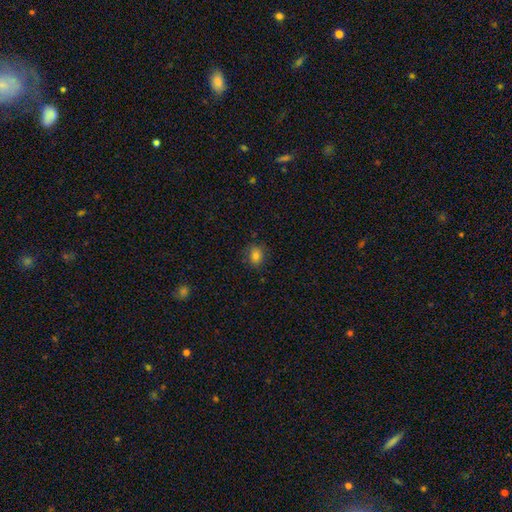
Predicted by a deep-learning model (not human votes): smooth_or_featured: smooth (p=0.79) [alt: star or artifact p=0.12]
how_rounded: round (p=0.60) [alt: in between p=0.39]
merging: none (p=0.83) [alt: minor disturbance p=0.13]